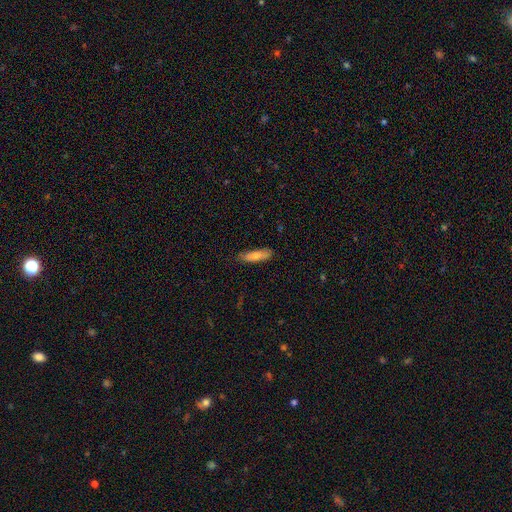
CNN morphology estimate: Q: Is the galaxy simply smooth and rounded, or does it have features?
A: smooth — 78%.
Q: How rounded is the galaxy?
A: cigar-shaped — 57%.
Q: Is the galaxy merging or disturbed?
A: none — 80%.